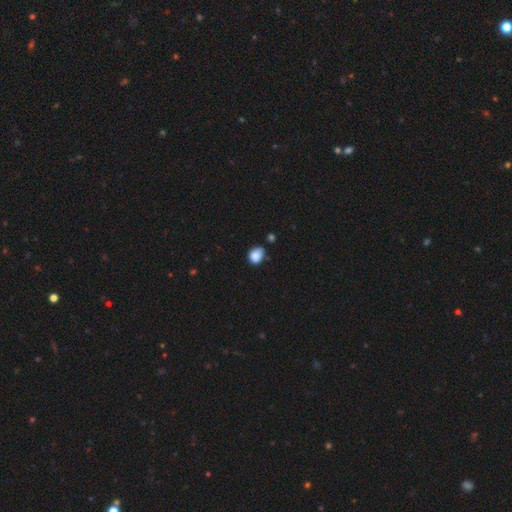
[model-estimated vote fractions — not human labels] Morphology: type=smooth (87%); roundness=in between (57%); merging=none (54%).